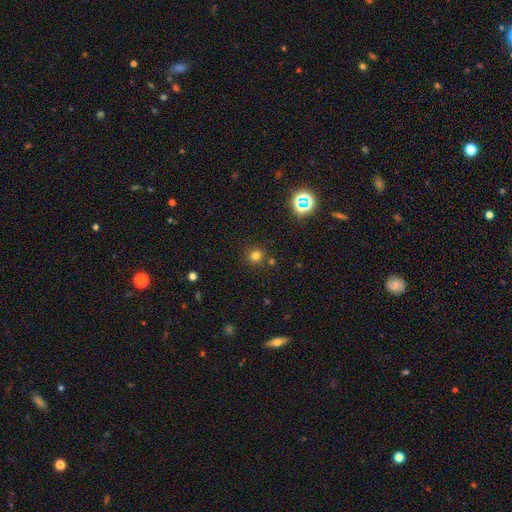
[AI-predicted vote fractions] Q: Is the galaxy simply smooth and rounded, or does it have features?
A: smooth — 75%.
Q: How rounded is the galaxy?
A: round — 92%.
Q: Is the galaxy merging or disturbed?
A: none — 83%.